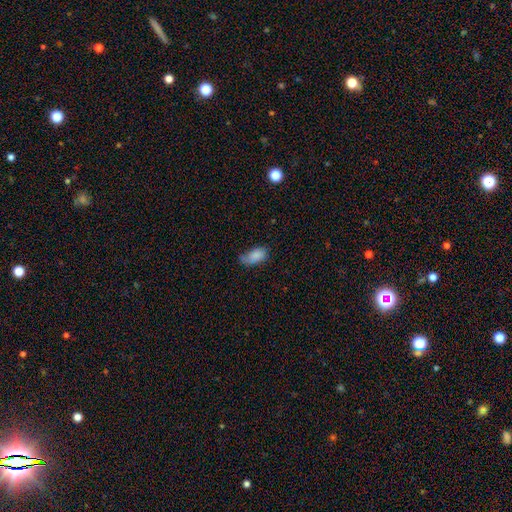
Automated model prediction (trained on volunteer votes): Overall: smooth (84%). How rounded: in between (93%). Merging: none (52%; minor disturbance 34%).